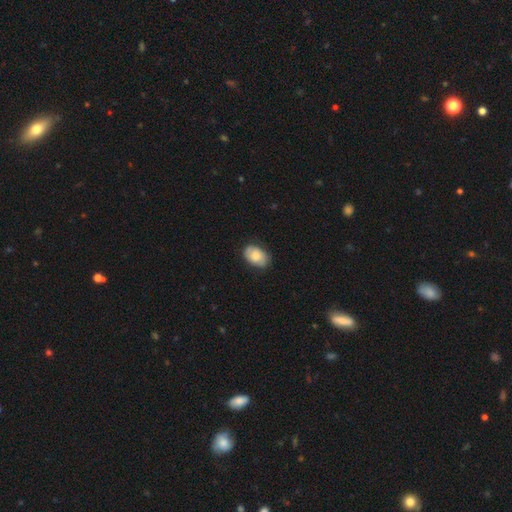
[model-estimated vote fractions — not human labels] Overall: smooth (74%). How rounded: in between (84%). Merging: none (77%).